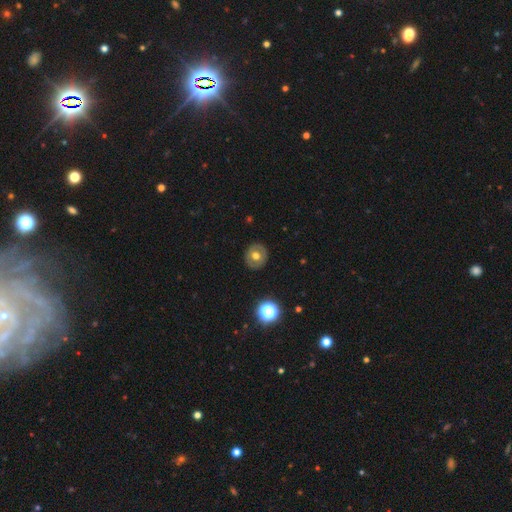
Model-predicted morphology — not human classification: Smooth or featured?
  - smooth: 57% *
  - featured or disk: 33%
  - star or artifact: 10%
How rounded?
  - round: 84% *
  - in between: 15%
  - cigar-shaped: 1%
Merging?
  - none: 89% *
  - minor disturbance: 8%
  - major disturbance: 2%
  - merger: 1%